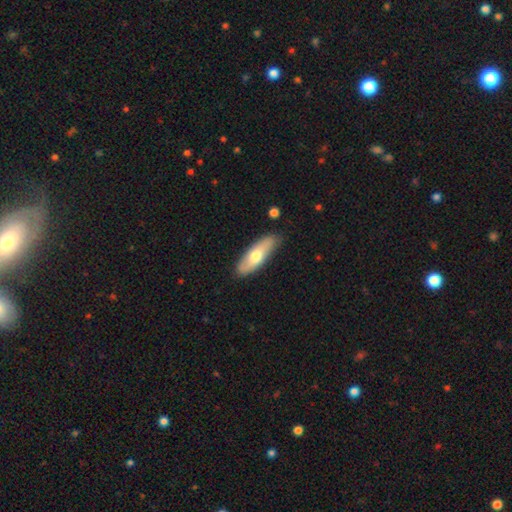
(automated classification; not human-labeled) smooth-or-featured: smooth: 61% | featured or disk: 34% | star or artifact: 5%
  how-rounded: in between: 55% | cigar-shaped: 42% | round: 2%
  merging: none: 84% | minor disturbance: 12% | major disturbance: 2% | merger: 2%